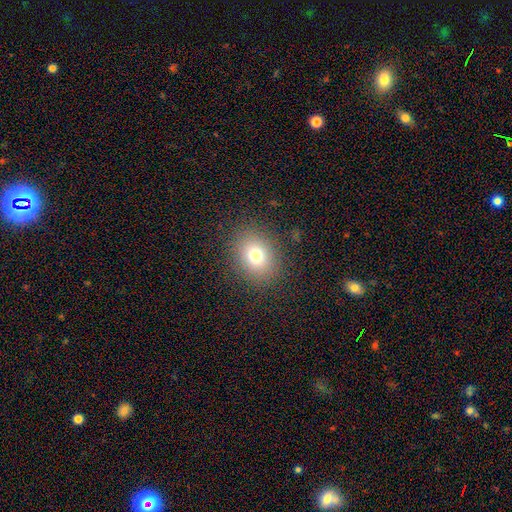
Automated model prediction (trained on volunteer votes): Morphology: type=smooth (76%); roundness=round (54%); merging=none (87%).